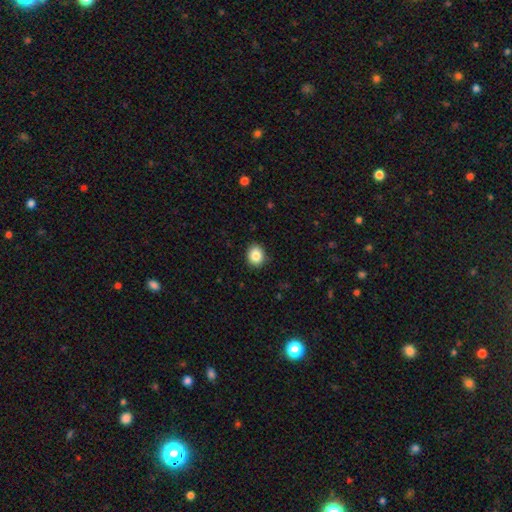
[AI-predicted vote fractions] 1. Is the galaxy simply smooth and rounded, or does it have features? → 86% smooth, 9% star or artifact, 5% featured or disk.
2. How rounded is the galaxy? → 59% round, 40% in between, 1% cigar-shaped.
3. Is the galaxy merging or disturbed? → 87% none, 10% minor disturbance, 2% major disturbance, 1% merger.